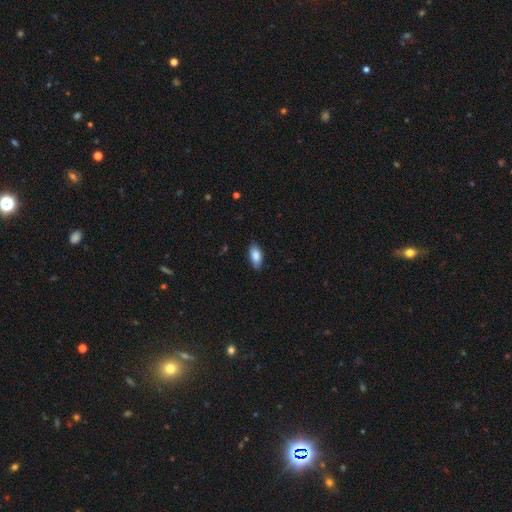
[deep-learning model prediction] This appears to be a smooth galaxy with no disk features (86%) that is in between round and cigar-shaped (90%). Merging: none (84%).